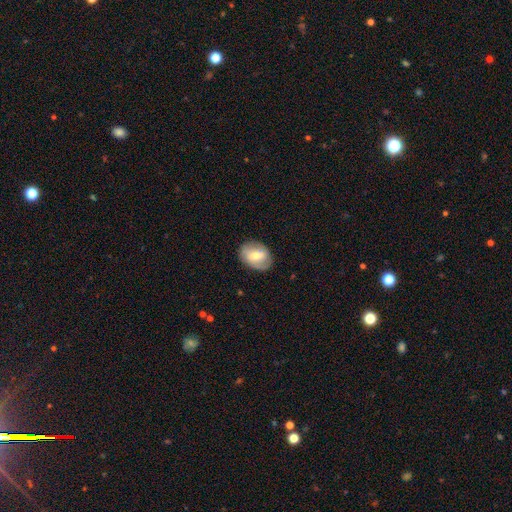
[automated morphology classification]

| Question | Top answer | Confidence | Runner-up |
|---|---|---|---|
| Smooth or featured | featured or disk | 50% | smooth (43%) |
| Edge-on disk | no | 95% | yes (5%) |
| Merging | none | 80% | minor disturbance (14%) |